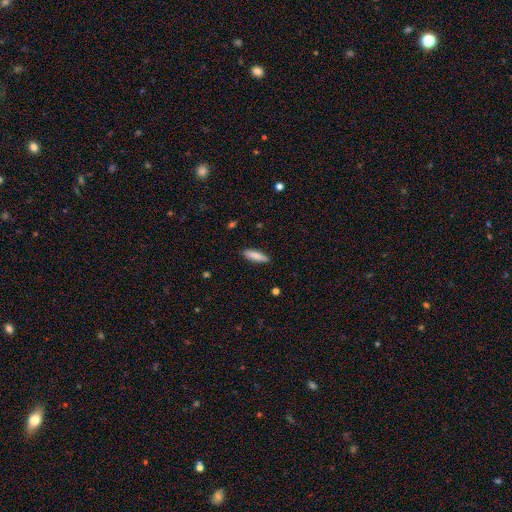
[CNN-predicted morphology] Overall: smooth (84%). How rounded: cigar-shaped (65%; in between 34%). Merging: none (88%).